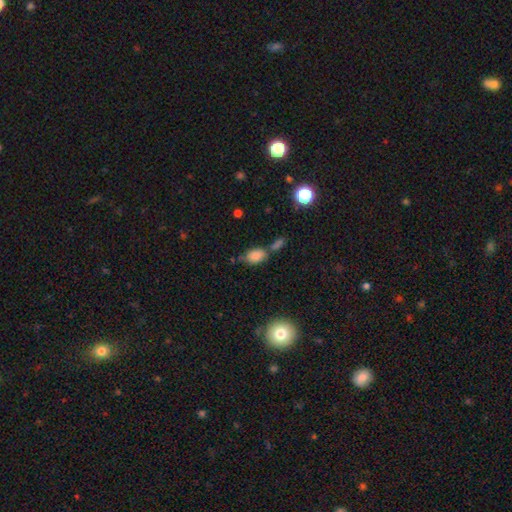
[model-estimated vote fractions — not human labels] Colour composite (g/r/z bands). It shows a smooth galaxy with no disk features (82%) that is in between round and cigar-shaped (88%). Merging: none (49%).